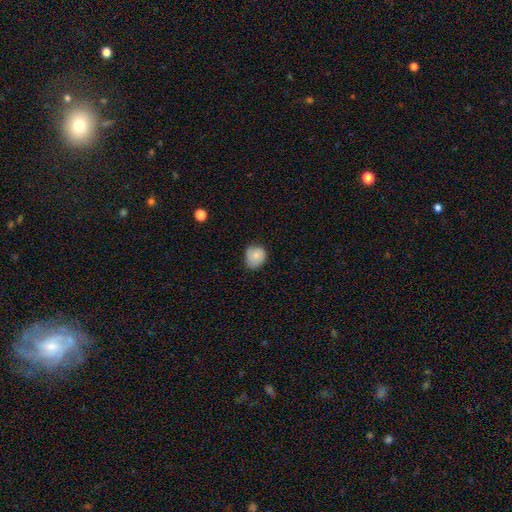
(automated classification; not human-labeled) smooth_or_featured: smooth (p=0.77) [alt: featured or disk p=0.15]
how_rounded: round (p=0.76) [alt: in between p=0.23]
merging: none (p=0.67) [alt: minor disturbance p=0.27]